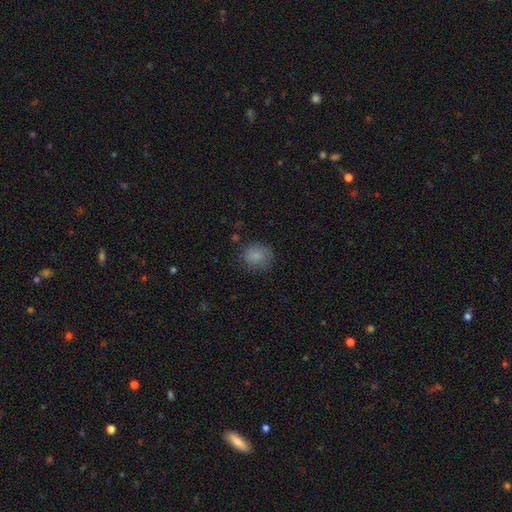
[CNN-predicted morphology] A smooth galaxy with no disk features (82%) that is round (74%). Merging: none (73%).